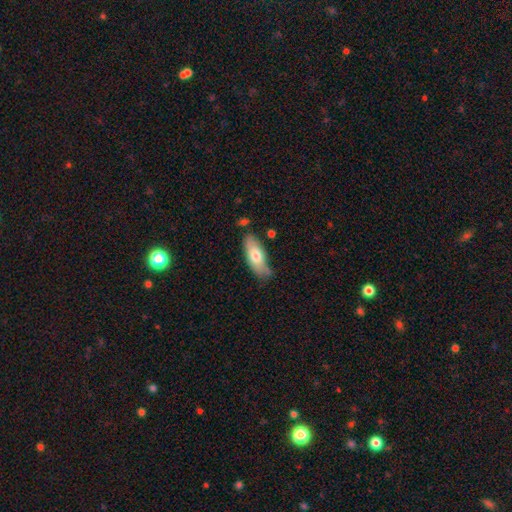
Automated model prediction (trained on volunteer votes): Q: Smooth or featured?
A: smooth (71%); runner-up: featured or disk (23%)
Q: How rounded?
A: in between (79%); runner-up: cigar-shaped (19%)
Q: Merging?
A: none (70%); runner-up: minor disturbance (21%)